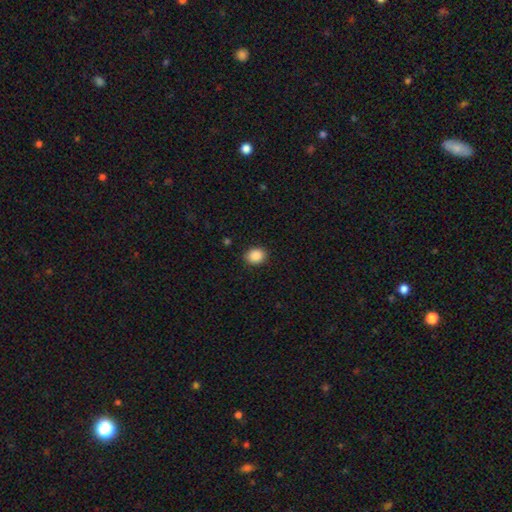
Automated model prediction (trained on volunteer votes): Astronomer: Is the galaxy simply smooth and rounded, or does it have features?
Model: smooth — 89%.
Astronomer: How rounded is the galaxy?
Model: round — 59% (runner-up: in between, 40%).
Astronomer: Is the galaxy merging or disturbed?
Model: none — 89%.